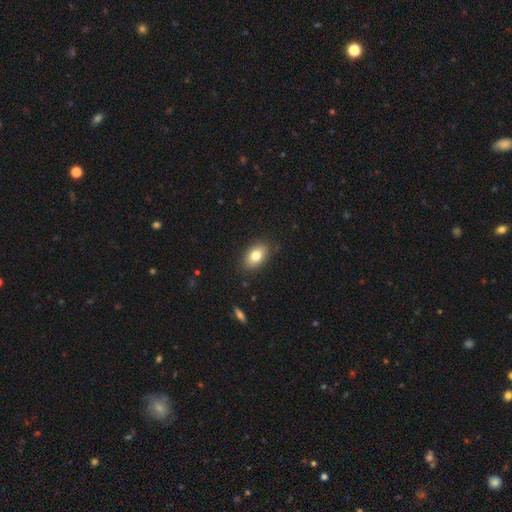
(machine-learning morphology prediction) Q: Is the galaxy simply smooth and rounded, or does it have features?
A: smooth — 78%.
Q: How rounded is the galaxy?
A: in between — 89%.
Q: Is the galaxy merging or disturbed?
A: none — 86%.